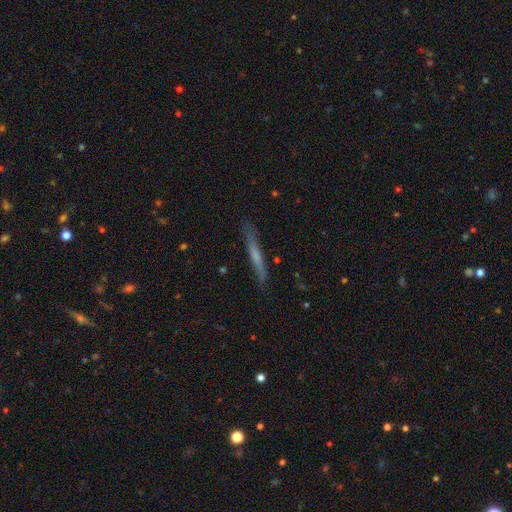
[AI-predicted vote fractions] Smooth or featured: featured or disk — 51% (smooth — 41%)
Edge-on disk: yes — 92% (no — 8%)
Merging: none — 81% (minor disturbance — 14%)